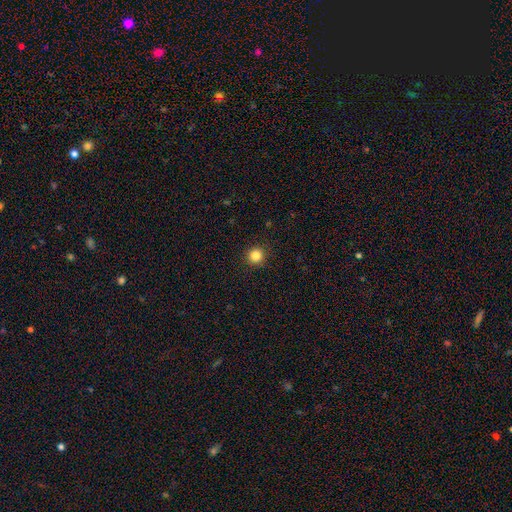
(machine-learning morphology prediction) A smooth galaxy with no disk features (84%) that is round (94%). Merging: none (92%).